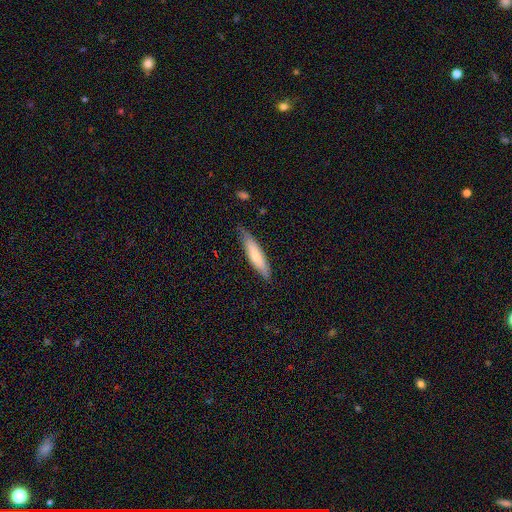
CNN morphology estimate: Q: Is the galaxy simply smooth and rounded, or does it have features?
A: smooth — 72%.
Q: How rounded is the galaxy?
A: cigar-shaped — 79%.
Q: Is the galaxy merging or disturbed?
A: none — 79%.